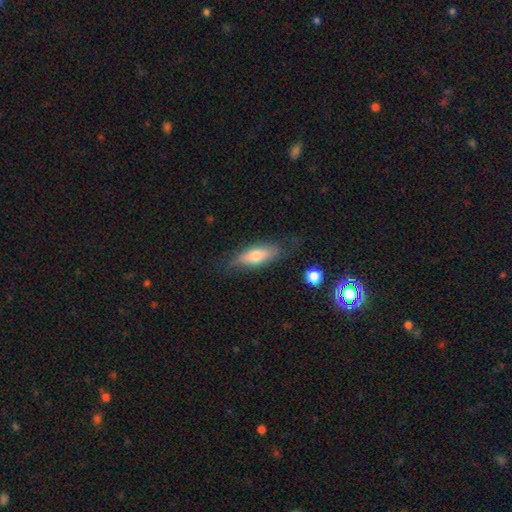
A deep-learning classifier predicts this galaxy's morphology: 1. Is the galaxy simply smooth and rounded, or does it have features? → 62% smooth, 30% featured or disk, 8% star or artifact.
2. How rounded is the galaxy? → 56% in between, 41% cigar-shaped, 3% round.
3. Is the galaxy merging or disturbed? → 71% none, 21% minor disturbance, 6% major disturbance, 2% merger.